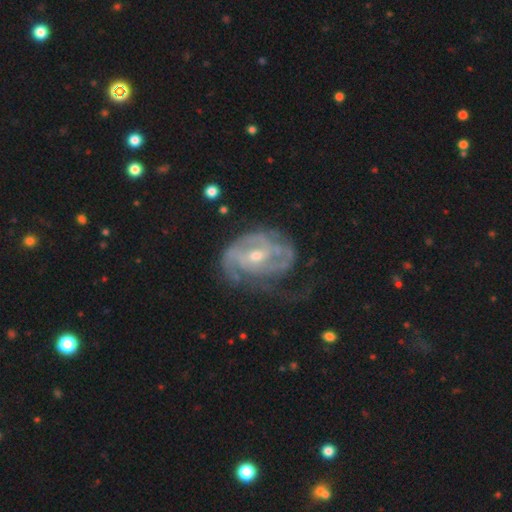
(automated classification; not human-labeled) This is clearly a featured or disk galaxy (81%). It is clearly not viewed edge-on (96%). Bar: marginally weak (41%). Spiral arm pattern: clearly yes (92%). Spiral arm count: marginally can't tell (35%). Spiral winding: likely tight (62%). Central bulge: possibly small (56%). Merging: likely none (60%).